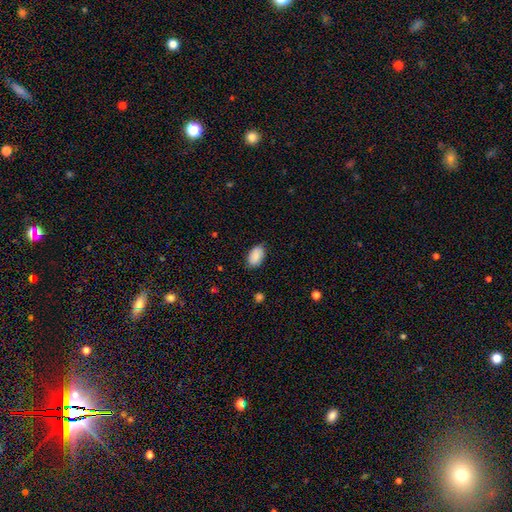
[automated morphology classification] Smooth or featured: smooth — 87% (star or artifact — 7%)
How rounded: in between — 93% (round — 6%)
Merging: none — 80% (minor disturbance — 16%)